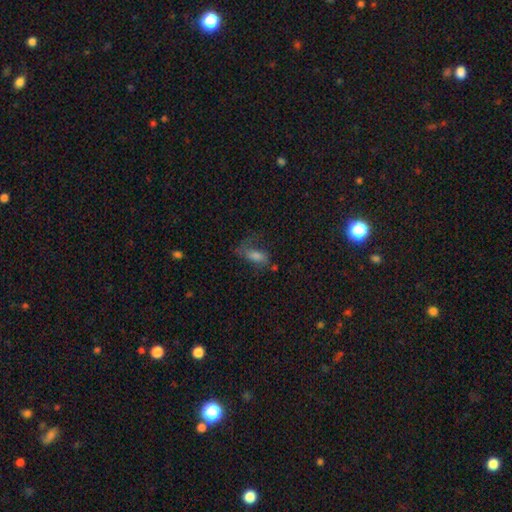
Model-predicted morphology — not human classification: Smooth or featured: smooth — 53% (featured or disk — 28%)
How rounded: in between — 77% (cigar-shaped — 16%)
Merging: none — 43% (major disturbance — 31%)